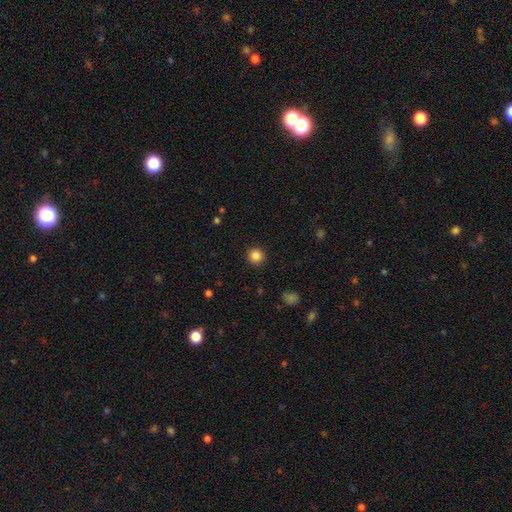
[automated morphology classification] Smooth or featured? smooth (85%)
How rounded? round (95%)
Merging? none (92%)